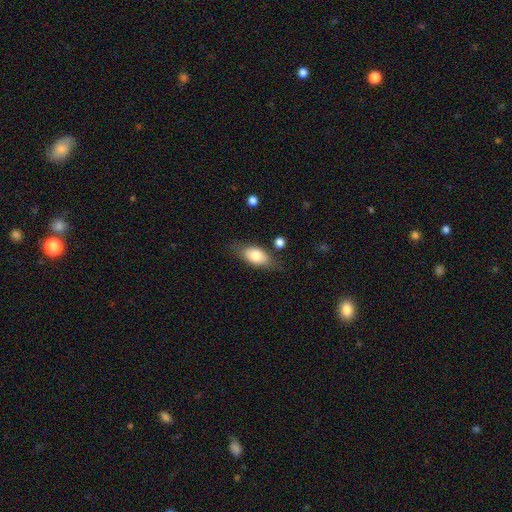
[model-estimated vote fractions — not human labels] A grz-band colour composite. It shows a smooth galaxy with no disk features (74%) that is in between round and cigar-shaped (88%). Merging: none (70%).